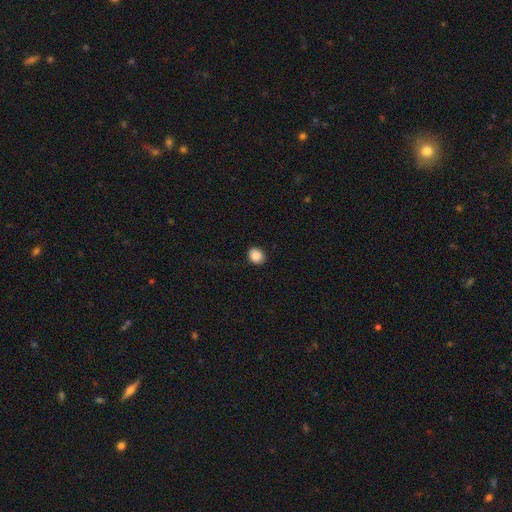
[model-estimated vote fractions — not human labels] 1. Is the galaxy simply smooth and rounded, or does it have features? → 88% smooth, 9% star or artifact, 3% featured or disk.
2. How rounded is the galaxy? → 55% round, 44% in between, 1% cigar-shaped.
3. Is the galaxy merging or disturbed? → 89% none, 8% minor disturbance, 2% major disturbance, 1% merger.